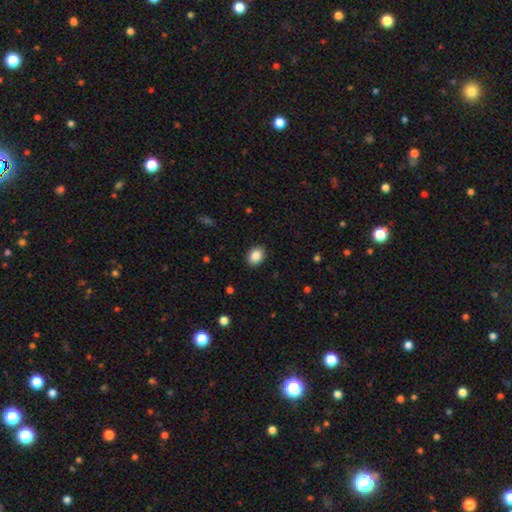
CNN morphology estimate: This appears to be a smooth galaxy with no disk features (88%) that is in between round and cigar-shaped (66%). Merging: none (89%).